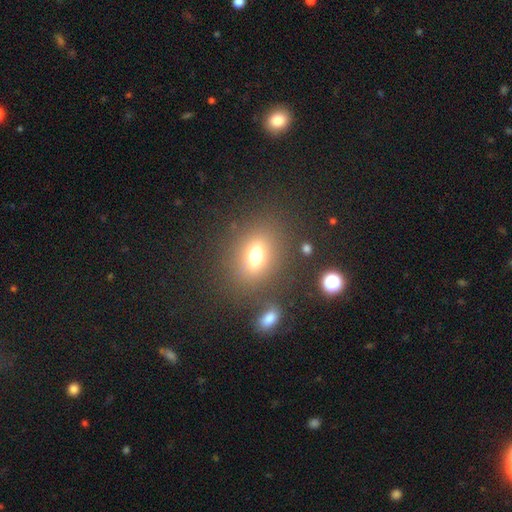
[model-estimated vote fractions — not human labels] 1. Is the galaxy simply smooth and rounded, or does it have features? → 63% smooth, 21% featured or disk, 16% star or artifact.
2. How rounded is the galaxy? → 62% in between, 31% round, 6% cigar-shaped.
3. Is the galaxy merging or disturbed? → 77% none, 10% minor disturbance, 7% merger, 6% major disturbance.